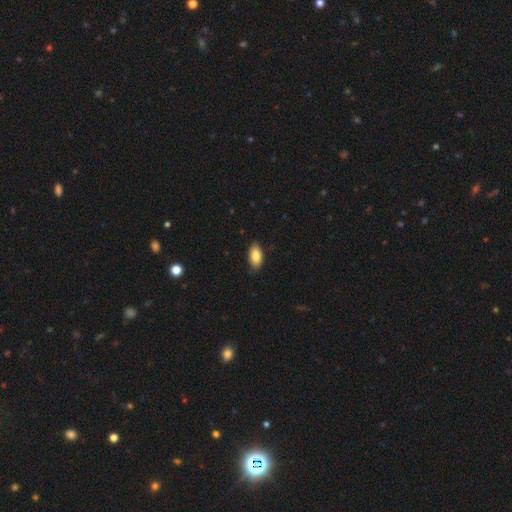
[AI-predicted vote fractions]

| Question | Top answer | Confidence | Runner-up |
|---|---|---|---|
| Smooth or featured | smooth | 84% | featured or disk (9%) |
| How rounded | in between | 93% | round (3%) |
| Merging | none | 82% | minor disturbance (15%) |